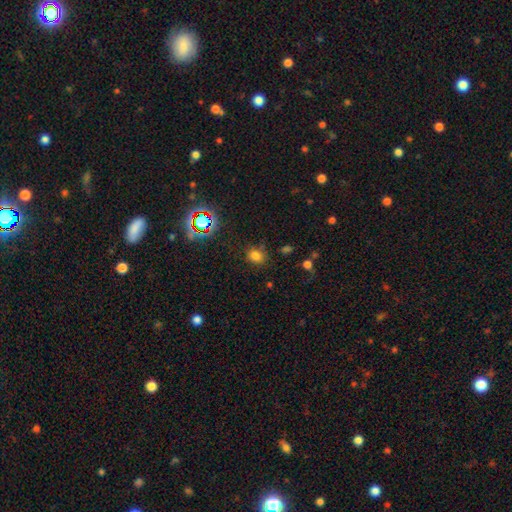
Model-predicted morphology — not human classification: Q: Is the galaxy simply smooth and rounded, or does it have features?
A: smooth — 73%.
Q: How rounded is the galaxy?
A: round — 59%.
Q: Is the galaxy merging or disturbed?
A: none — 79%.